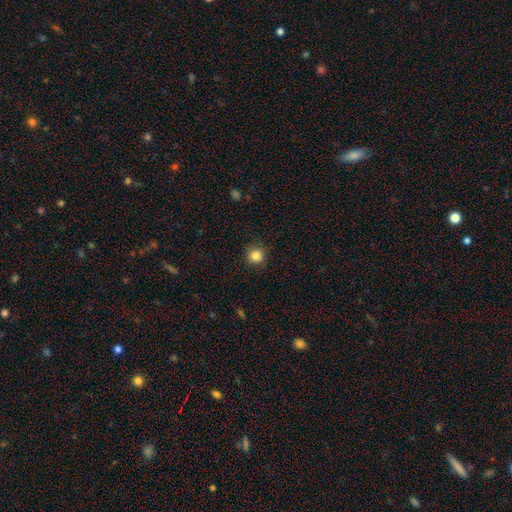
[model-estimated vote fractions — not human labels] Smooth or featured? smooth (85%)
How rounded? round (92%)
Merging? none (87%)